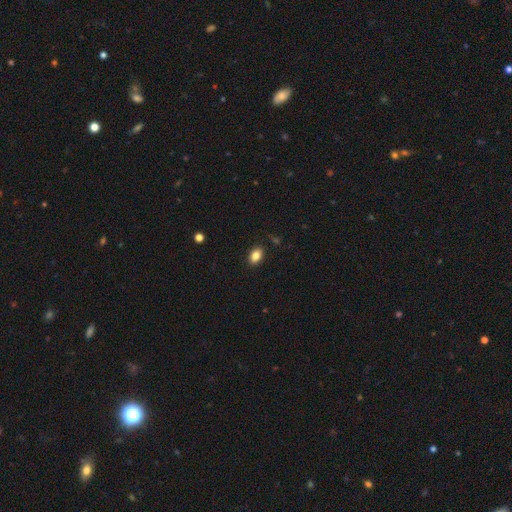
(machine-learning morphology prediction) The model was most divided on "how rounded": in between: 85%, round: 14%, cigar-shaped: 1%. More confident: merging — none (88%); smooth or featured — smooth (85%).